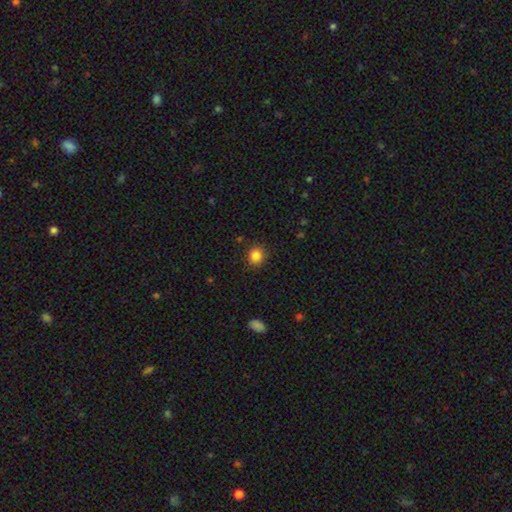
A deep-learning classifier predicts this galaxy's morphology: The model was most divided on "how rounded": round: 80%, in between: 19%, cigar-shaped: 1%. More confident: merging — none (88%); smooth or featured — smooth (85%).